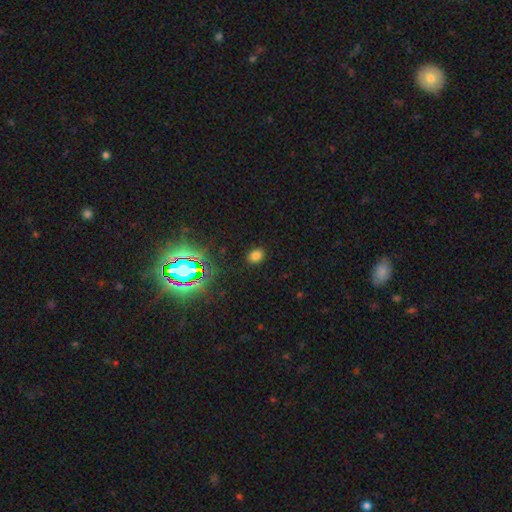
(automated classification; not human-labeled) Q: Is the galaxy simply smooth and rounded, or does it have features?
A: smooth — 72%.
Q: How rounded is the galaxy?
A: in between — 53%.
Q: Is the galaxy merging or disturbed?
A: none — 88%.